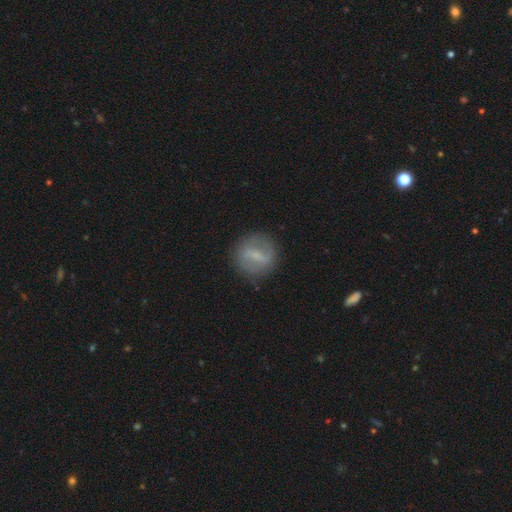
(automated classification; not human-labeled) Overall: featured or disk (54%; smooth 39%). Edge-on disk: no (93%). Bar: strong (45%; weak 42%). Spiral arms: yes (51%; no 49%). Bulge size: small (49%; none 26%). Merging: none (83%).